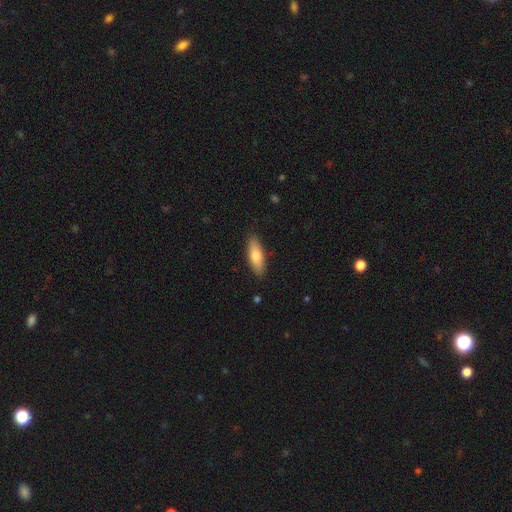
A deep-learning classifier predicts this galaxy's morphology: The model was most divided on "how rounded": in between: 60%, cigar-shaped: 38%, round: 2%. More confident: merging — none (87%); smooth or featured — smooth (75%).